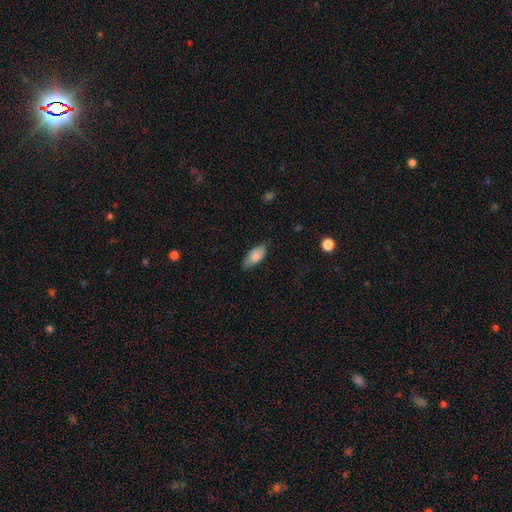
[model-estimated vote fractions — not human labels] Smooth or featured?
  - smooth: 82% *
  - featured or disk: 12%
  - star or artifact: 6%
How rounded?
  - in between: 86% *
  - cigar-shaped: 11%
  - round: 2%
Merging?
  - none: 73% *
  - minor disturbance: 23%
  - major disturbance: 4%
  - merger: 1%